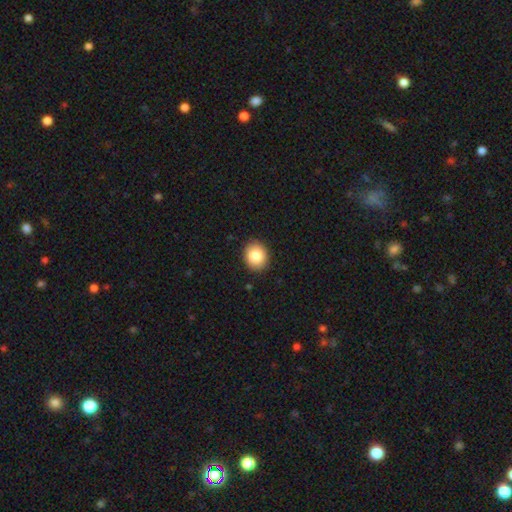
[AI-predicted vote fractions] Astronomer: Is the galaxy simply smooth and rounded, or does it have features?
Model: smooth — 84%.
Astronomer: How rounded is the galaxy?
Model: round — 69%.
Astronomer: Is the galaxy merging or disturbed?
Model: none — 90%.